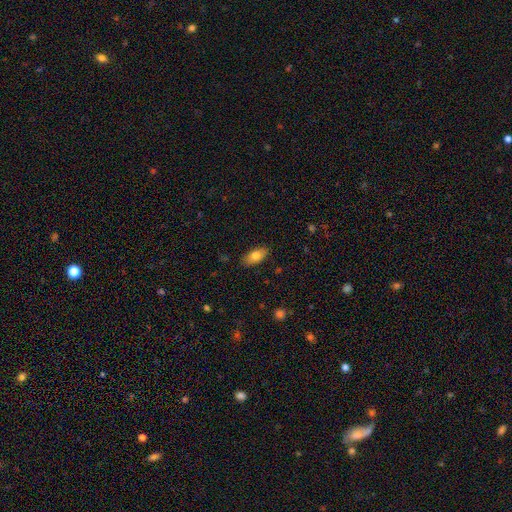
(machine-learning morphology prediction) smooth_or_featured: smooth (p=0.76) [alt: featured or disk p=0.17]
how_rounded: in between (p=0.87) [alt: cigar-shaped p=0.09]
merging: none (p=0.86) [alt: minor disturbance p=0.11]